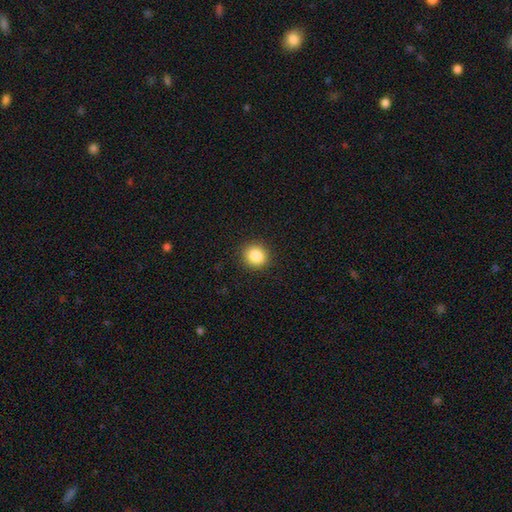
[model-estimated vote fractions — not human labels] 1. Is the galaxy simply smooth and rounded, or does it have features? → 86% smooth, 10% star or artifact, 4% featured or disk.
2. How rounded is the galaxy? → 79% round, 20% in between, 1% cigar-shaped.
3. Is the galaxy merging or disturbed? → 89% none, 8% minor disturbance, 2% major disturbance, 1% merger.